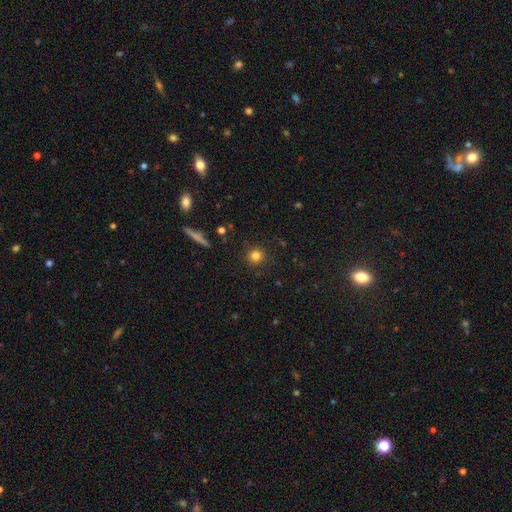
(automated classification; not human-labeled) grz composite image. It shows a smooth galaxy with no disk features (81%) that is round (94%). Merging: none (88%).